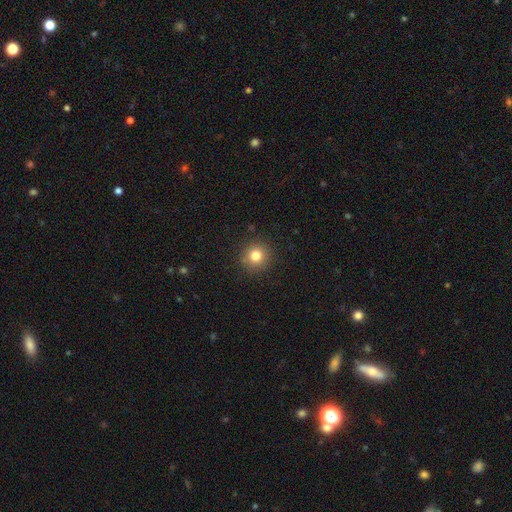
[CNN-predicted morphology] type=smooth (81%); roundness=round (93%); merging=none (90%).